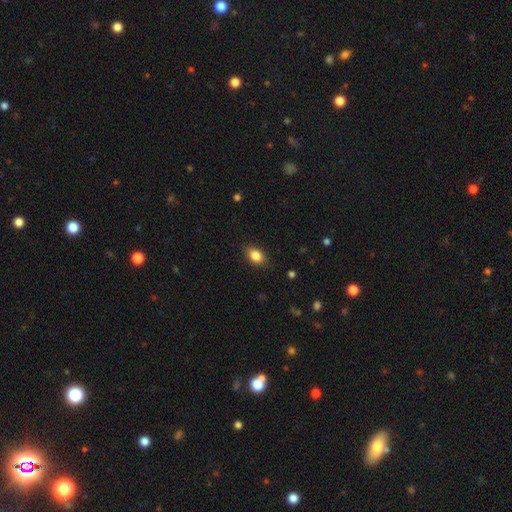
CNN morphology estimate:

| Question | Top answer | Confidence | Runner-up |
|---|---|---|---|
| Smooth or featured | smooth | 85% | star or artifact (8%) |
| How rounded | in between | 81% | round (18%) |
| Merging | none | 86% | minor disturbance (11%) |